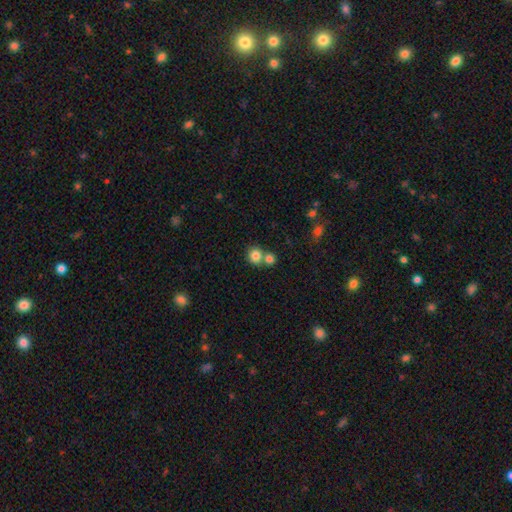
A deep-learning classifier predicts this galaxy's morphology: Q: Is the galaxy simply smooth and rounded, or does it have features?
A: smooth — 82%.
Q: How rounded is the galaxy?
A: round — 86%.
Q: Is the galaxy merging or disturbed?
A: none — 51%.